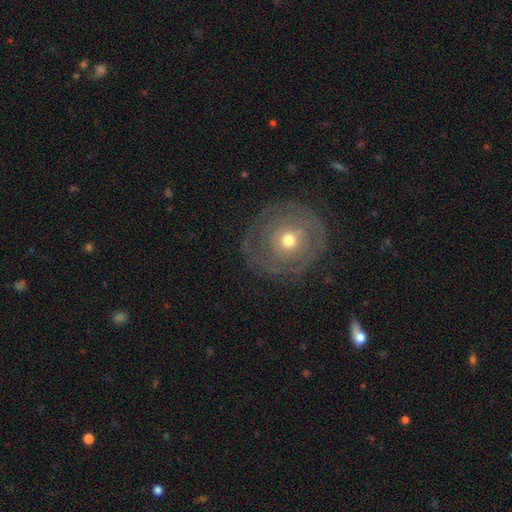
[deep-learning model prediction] A featured or disk galaxy (64%) with no bar (82%), spiral arms (68%) and a moderate central bulge (54%). Merging: none (82%).